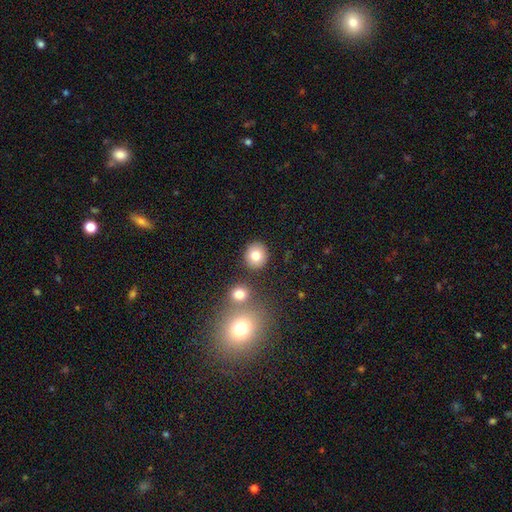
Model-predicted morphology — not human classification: This is clearly a smooth galaxy (81%). How rounded: clearly round (83%). Merging: clearly none (84%).